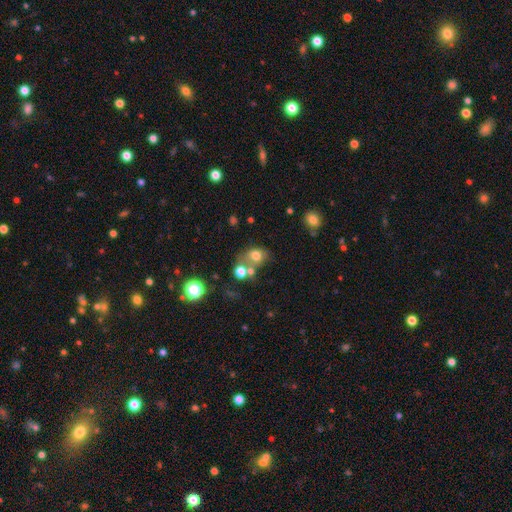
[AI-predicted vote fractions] The model was most divided on "merging": none: 41%, merger: 35%, minor disturbance: 15%, major disturbance: 9%. More confident: smooth or featured — smooth (69%); how rounded — round (57%).